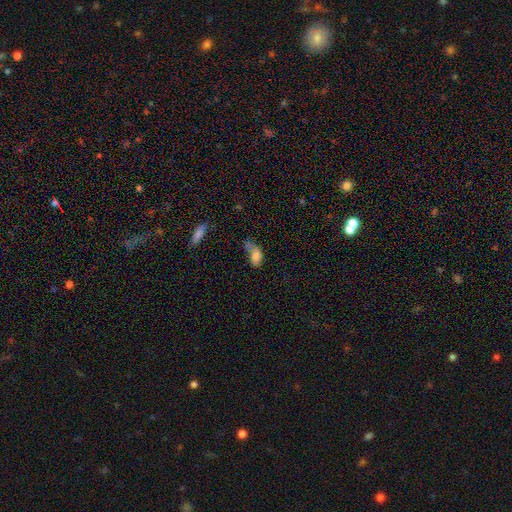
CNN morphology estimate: The model was most divided on "merging": major disturbance: 32%, minor disturbance: 25%, none: 24%, merger: 19%. More confident: how rounded — in between (88%); smooth or featured — smooth (74%).